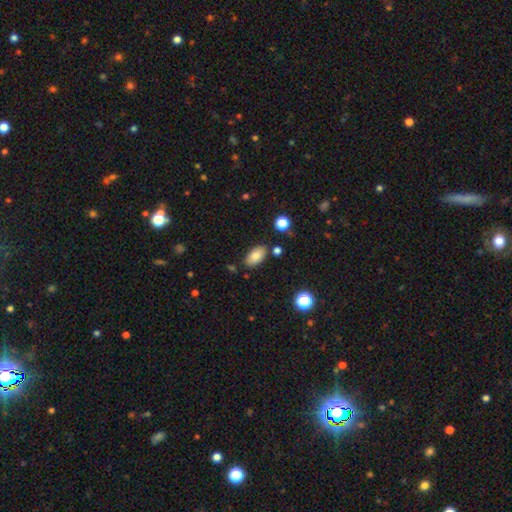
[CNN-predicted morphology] smooth 80%, featured or disk 11%, star or artifact 9%. Down the decision tree: how rounded — in between (93%); merging — none (82%).